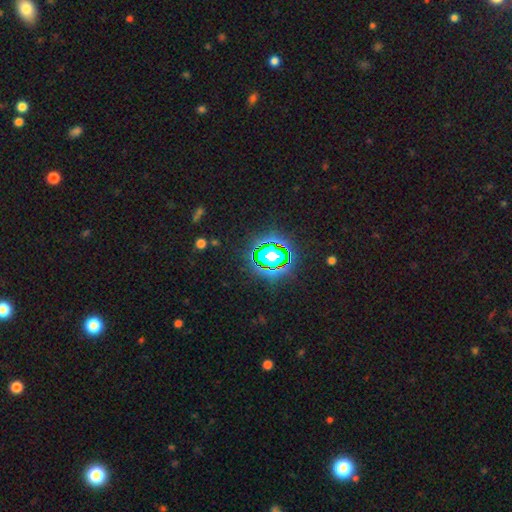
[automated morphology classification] A star or artifact, not a galaxy (80%).

Vote fractions:
- Smooth or featured? star or artifact: 80% / smooth: 13% / featured or disk: 7%